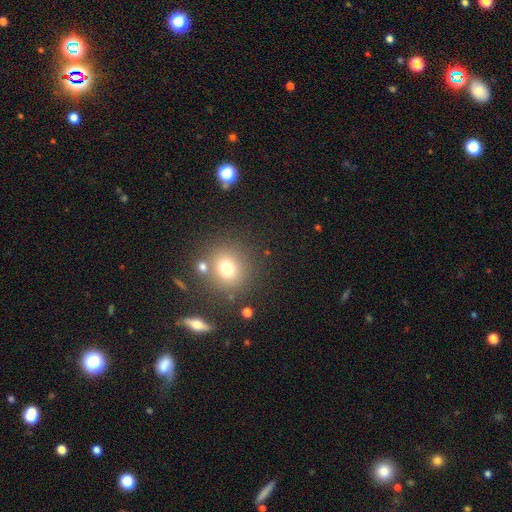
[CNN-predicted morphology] The model was most divided on "smooth or featured": smooth: 55%, star or artifact: 37%, featured or disk: 9%. More confident: how rounded — round (90%); merging — none (82%).